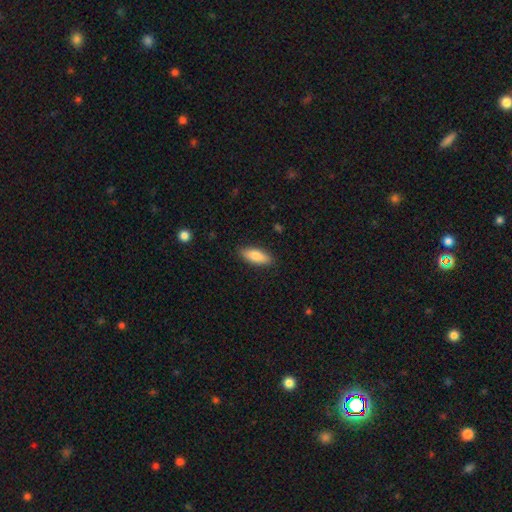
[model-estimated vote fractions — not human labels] Smooth or featured? Predicted: smooth (p=0.83). How rounded? Predicted: in between (p=0.70). Merging? Predicted: none (p=0.87).